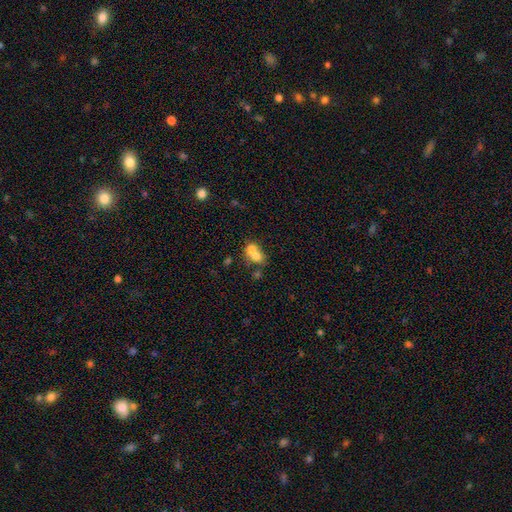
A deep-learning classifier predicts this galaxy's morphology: smooth 68%, featured or disk 21%, star or artifact 11%. Down the decision tree: how rounded — round (53%); merging — merger (71%).